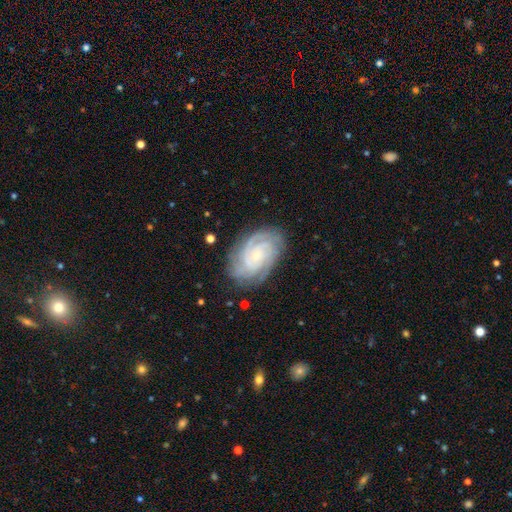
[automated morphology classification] A featured or disk galaxy (87%) with no bar (71%), 3 (29%) tight (75%) spiral arms (98%) and a small central bulge (79%). Merging: none (79%).